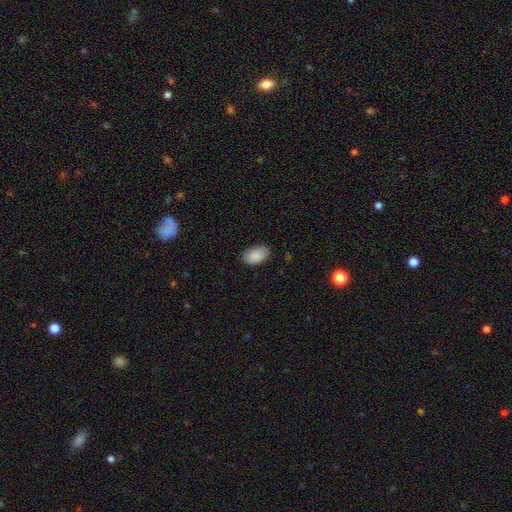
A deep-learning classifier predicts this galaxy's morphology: smooth 89%, star or artifact 7%, featured or disk 4%. Down the decision tree: how rounded — in between (94%); merging — none (83%).